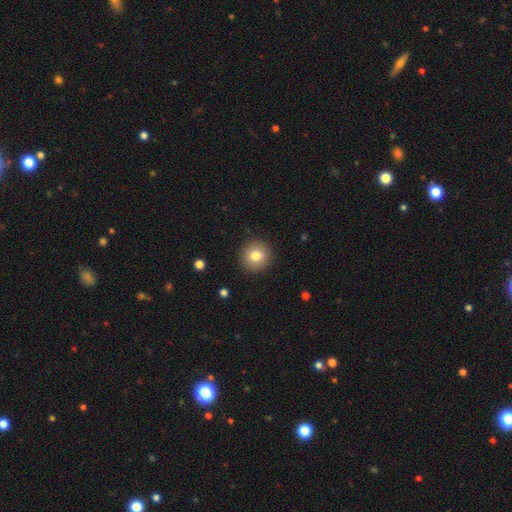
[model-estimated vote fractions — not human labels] A smooth galaxy with no disk features (79%) that is round (92%). Merging: none (91%).